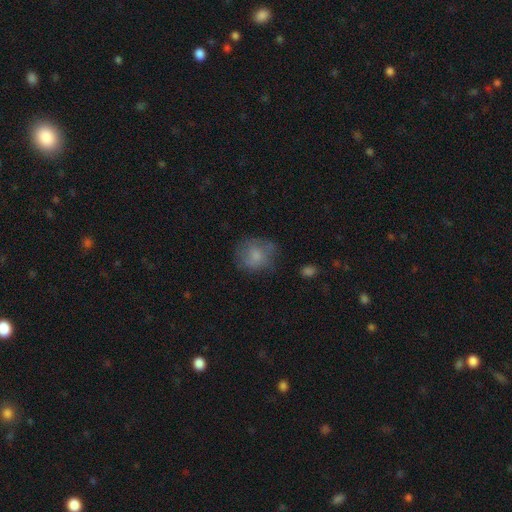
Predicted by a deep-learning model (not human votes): A smooth galaxy with no disk features (72%) that is round (75%). Merging: none (60%).